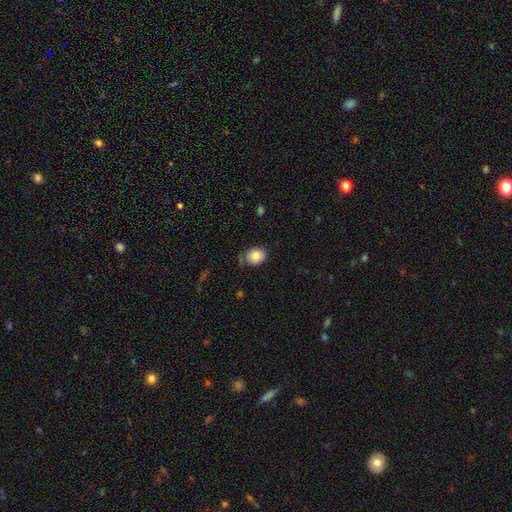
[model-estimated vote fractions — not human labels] Smooth or featured? Predicted: smooth (p=0.83). How rounded? Predicted: round (p=0.56). Merging? Predicted: none (p=0.69).